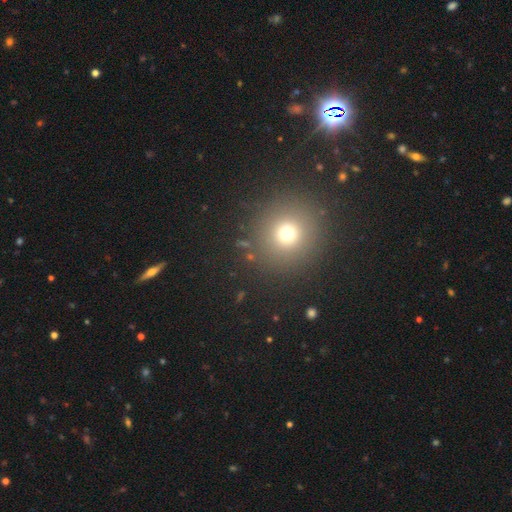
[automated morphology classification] Smooth or featured? Predicted: smooth (p=0.62). How rounded? Predicted: round (p=0.93). Merging? Predicted: none (p=0.90).